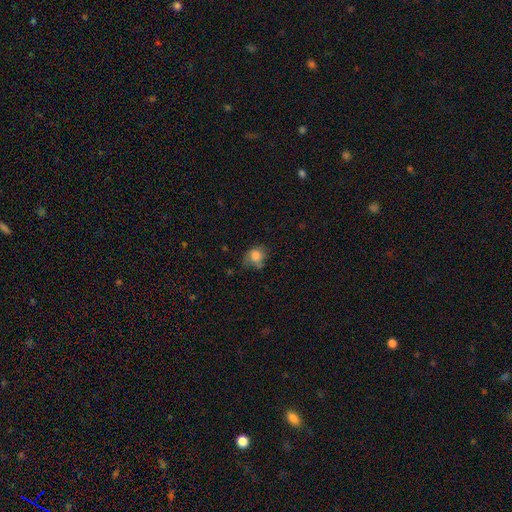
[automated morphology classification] Overall: smooth (80%). How rounded: round (64%; in between 35%). Merging: none (50%; minor disturbance 33%).